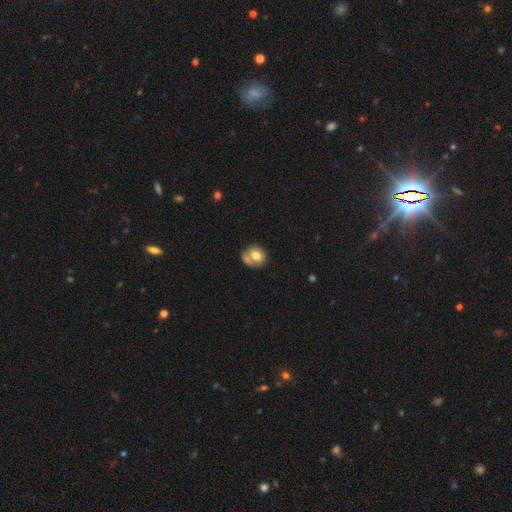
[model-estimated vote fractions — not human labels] Morphology: type=smooth (72%); roundness=round (64%); merging=none (40%).